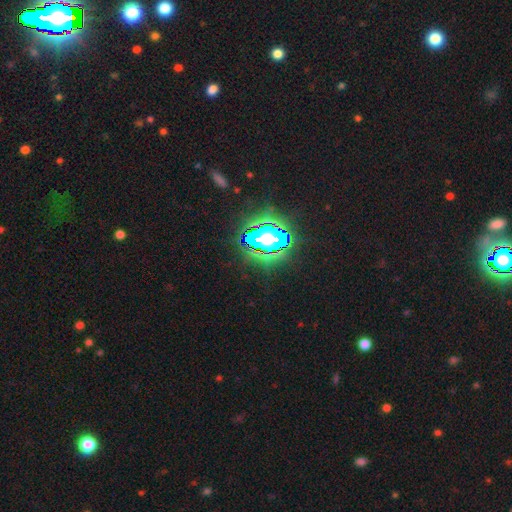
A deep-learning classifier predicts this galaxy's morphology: Q: Smooth or featured?
A: star or artifact (75%); runner-up: smooth (14%)